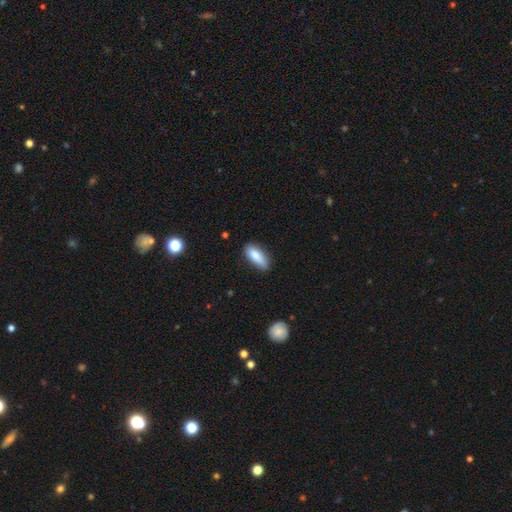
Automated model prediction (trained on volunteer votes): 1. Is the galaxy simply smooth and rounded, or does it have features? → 83% smooth, 10% featured or disk, 7% star or artifact.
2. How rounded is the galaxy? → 72% in between, 26% cigar-shaped, 2% round.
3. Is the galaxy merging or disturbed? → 69% none, 24% minor disturbance, 4% major disturbance, 2% merger.